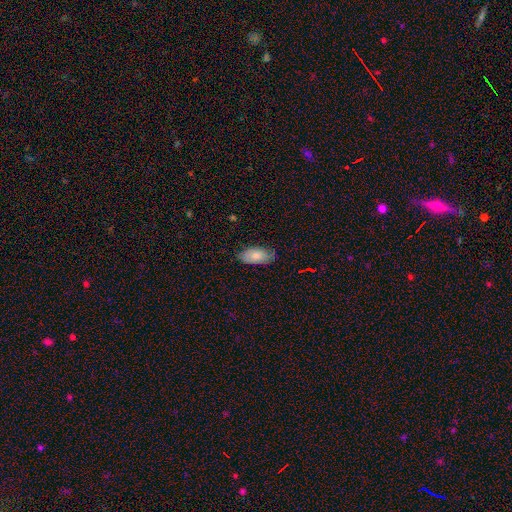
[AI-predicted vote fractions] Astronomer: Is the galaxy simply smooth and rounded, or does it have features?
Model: smooth — 77%.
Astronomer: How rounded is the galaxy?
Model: in between — 92%.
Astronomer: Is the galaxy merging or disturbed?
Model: none — 74%.